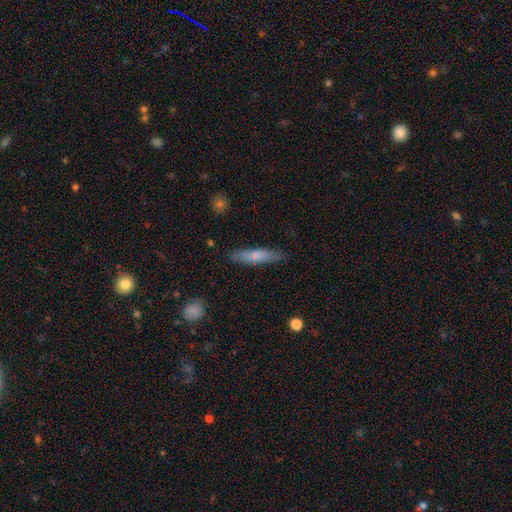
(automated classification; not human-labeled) The model was most divided on "smooth or featured": smooth: 67%, featured or disk: 27%, star or artifact: 6%. More confident: merging — none (84%); how rounded — cigar-shaped (83%).